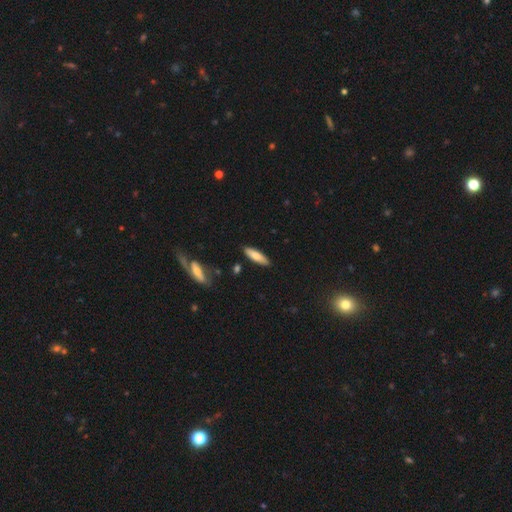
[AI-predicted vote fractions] The model was most divided on "how rounded": cigar-shaped: 61%, in between: 38%, round: 2%. More confident: merging — none (86%); smooth or featured — smooth (78%).